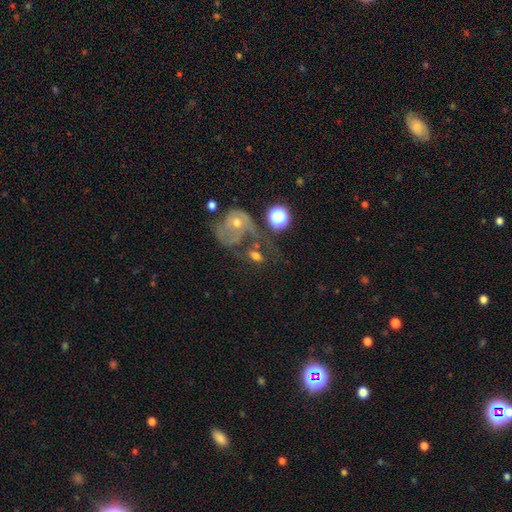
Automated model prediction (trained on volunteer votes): This appears to be a smooth galaxy with no disk features (51%) that is in between round and cigar-shaped (64%). Merging: none (32%).